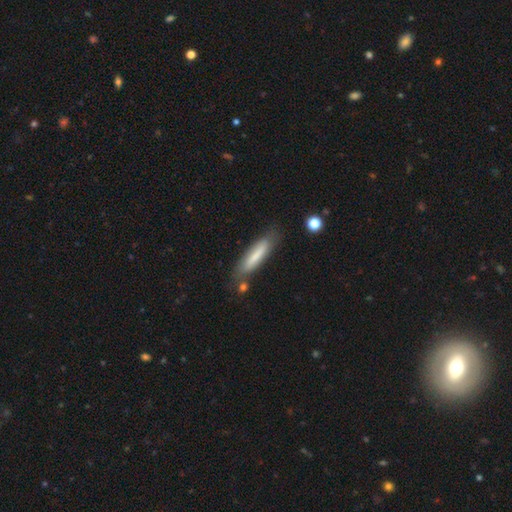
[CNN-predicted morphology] smooth-or-featured: smooth: 74% | featured or disk: 20% | star or artifact: 6%
  how-rounded: cigar-shaped: 81% | in between: 18% | round: 1%
  merging: none: 75% | minor disturbance: 16% | merger: 5% | major disturbance: 4%